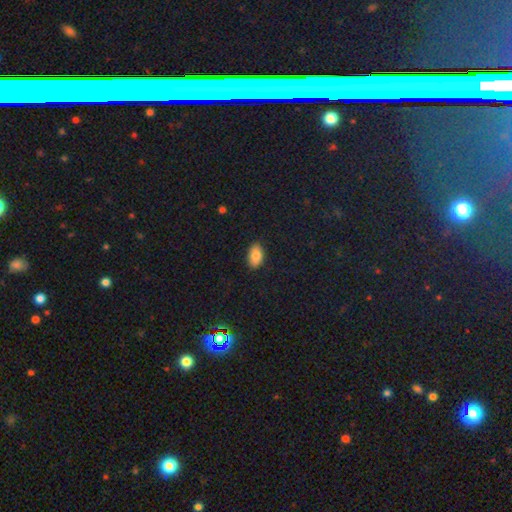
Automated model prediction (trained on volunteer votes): Morphology: type=smooth (83%); roundness=in between (92%); merging=none (87%).